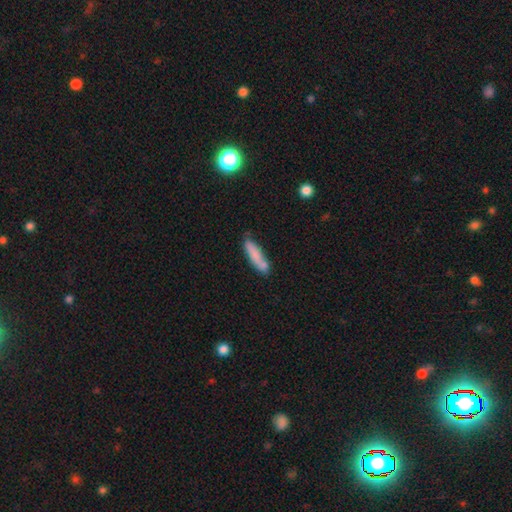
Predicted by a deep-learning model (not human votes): Q: Smooth or featured?
A: smooth (76%); runner-up: featured or disk (16%)
Q: How rounded?
A: cigar-shaped (75%); runner-up: in between (24%)
Q: Merging?
A: none (62%); runner-up: minor disturbance (21%)